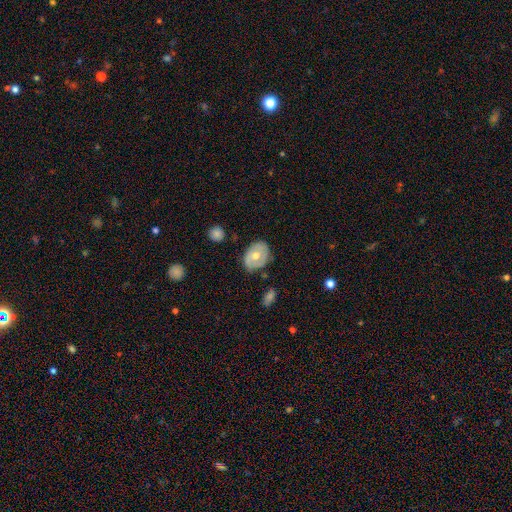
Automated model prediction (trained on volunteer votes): This is possibly a smooth galaxy (48%). Merging: likely none (74%).